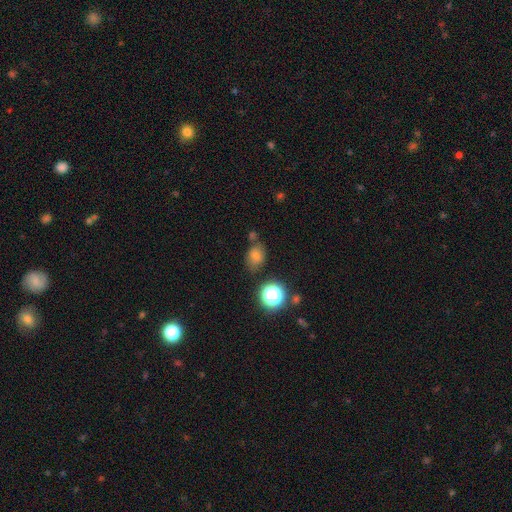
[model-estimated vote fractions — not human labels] Overall: smooth (68%). How rounded: in between (61%; round 37%). Merging: none (62%).